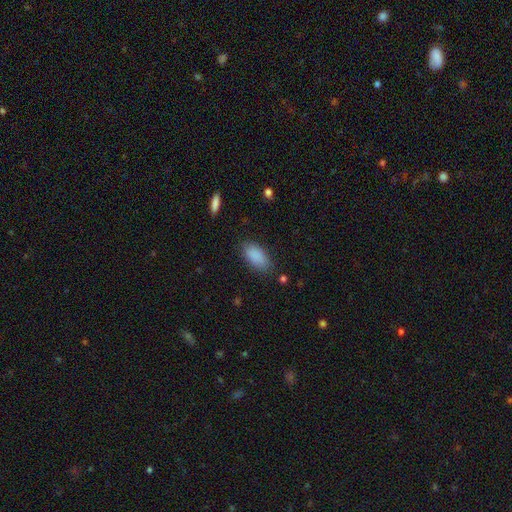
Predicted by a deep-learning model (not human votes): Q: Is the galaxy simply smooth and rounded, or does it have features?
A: smooth — 88%.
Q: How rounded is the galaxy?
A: in between — 90%.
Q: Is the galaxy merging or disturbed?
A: none — 81%.